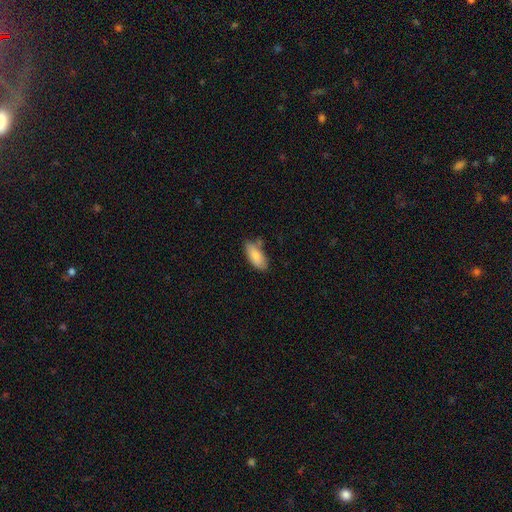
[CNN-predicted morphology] Overall: smooth (84%). How rounded: in between (84%). Merging: none (68%).